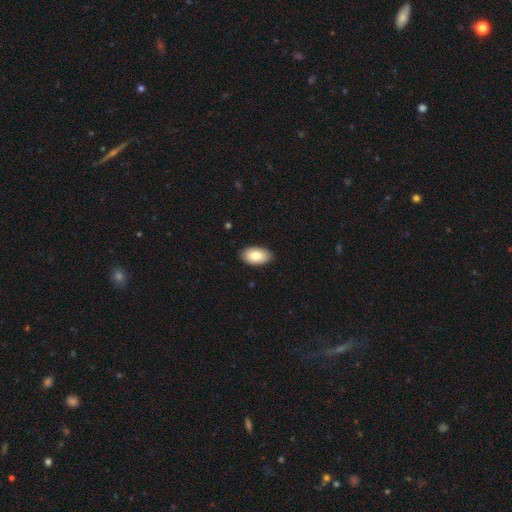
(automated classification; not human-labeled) Q: Smooth or featured?
A: smooth (79%); runner-up: featured or disk (15%)
Q: How rounded?
A: in between (94%); runner-up: round (4%)
Q: Merging?
A: none (88%); runner-up: minor disturbance (9%)